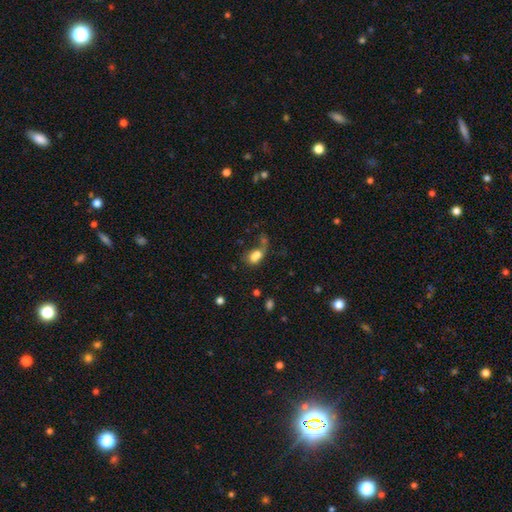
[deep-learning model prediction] smooth-or-featured: smooth: 75% | featured or disk: 14% | star or artifact: 11%
  how-rounded: in between: 78% | round: 19% | cigar-shaped: 3%
  merging: merger: 33% | none: 26% | major disturbance: 25% | minor disturbance: 16%